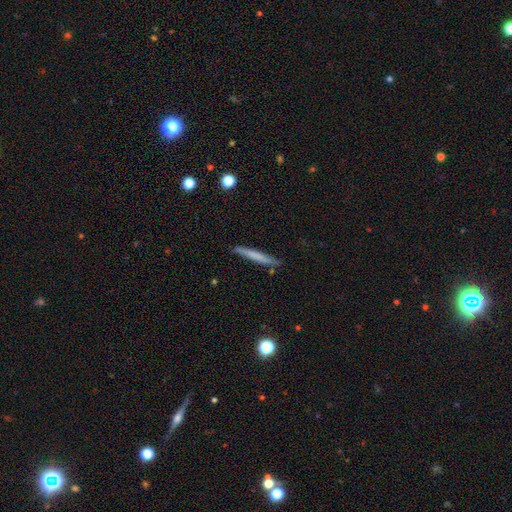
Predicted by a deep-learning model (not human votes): A smooth galaxy with no disk features (65%) that is cigar-shaped (96%).

Vote fractions:
- Smooth or featured? smooth: 65% / featured or disk: 29% / star or artifact: 6%
- How rounded? cigar-shaped: 96% / in between: 3% / round: 1%
- Merging? none: 87% / minor disturbance: 9% / merger: 2% / major disturbance: 2%